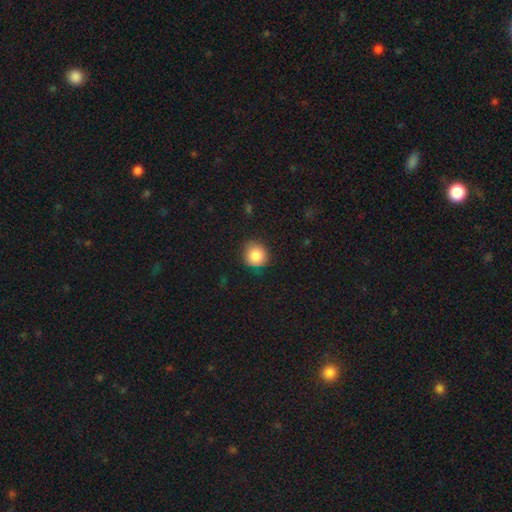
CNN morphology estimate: Smooth or featured? smooth (85%)
How rounded? round (91%)
Merging? none (84%)